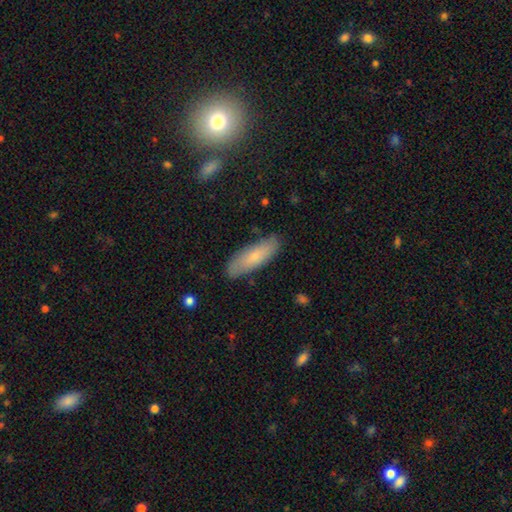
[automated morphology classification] Overall: smooth (71%). How rounded: in between (56%; cigar-shaped 42%). Merging: none (82%).